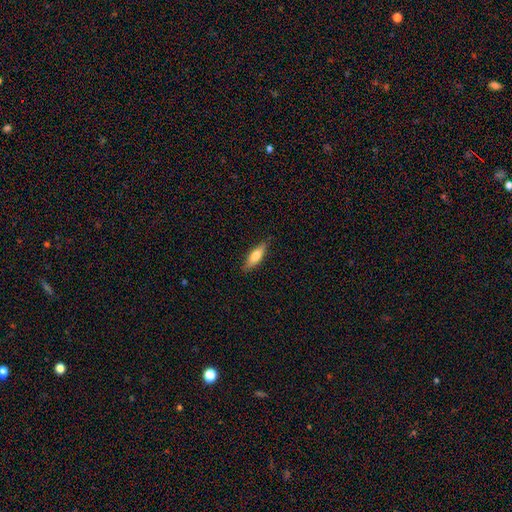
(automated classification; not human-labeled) smooth 67%, featured or disk 27%, star or artifact 6%. Down the decision tree: how rounded — cigar-shaped (55%); merging — none (85%).